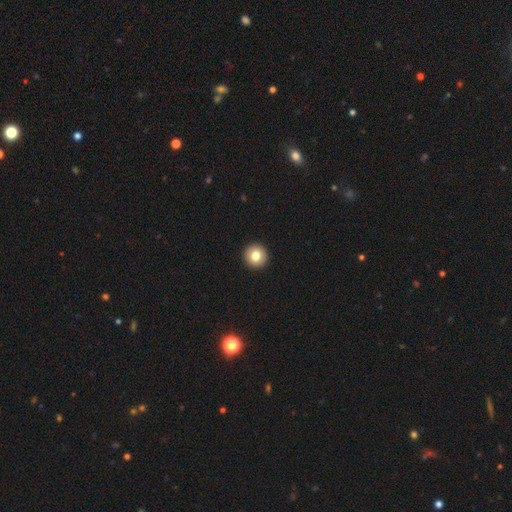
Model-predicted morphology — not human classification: Q: Smooth or featured?
A: smooth (80%); runner-up: featured or disk (11%)
Q: How rounded?
A: round (95%); runner-up: in between (4%)
Q: Merging?
A: none (94%); runner-up: minor disturbance (4%)